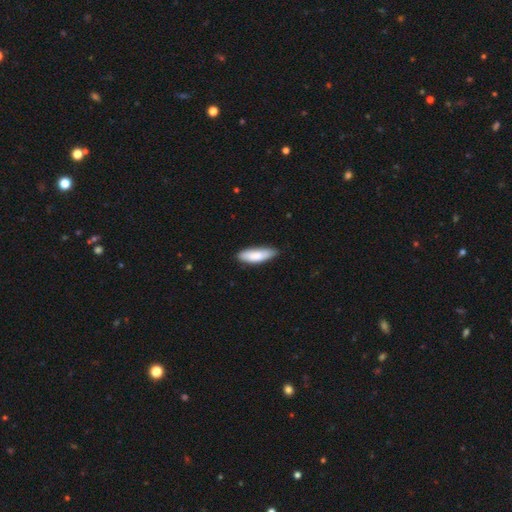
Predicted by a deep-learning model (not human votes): A smooth galaxy with no disk features (84%) that is in between round and cigar-shaped (54%).

Vote fractions:
- Smooth or featured? smooth: 84% / featured or disk: 11% / star or artifact: 5%
- How rounded? in between: 54% / cigar-shaped: 44% / round: 2%
- Merging? none: 79% / minor disturbance: 17% / major disturbance: 2% / merger: 1%